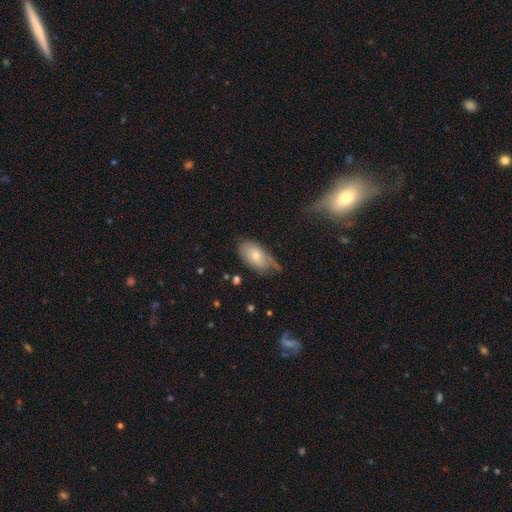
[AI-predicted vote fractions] Overall: smooth (57%; featured or disk 37%). How rounded: in between (92%). Merging: none (49%; minor disturbance 34%).